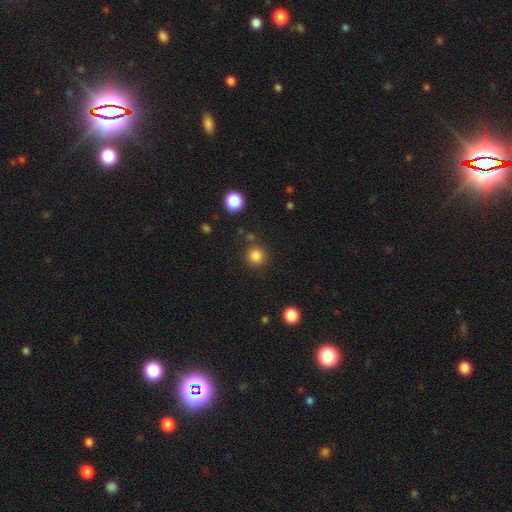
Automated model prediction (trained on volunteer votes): Smooth or featured? Predicted: smooth (p=0.84). How rounded? Predicted: round (p=0.93). Merging? Predicted: none (p=0.86).